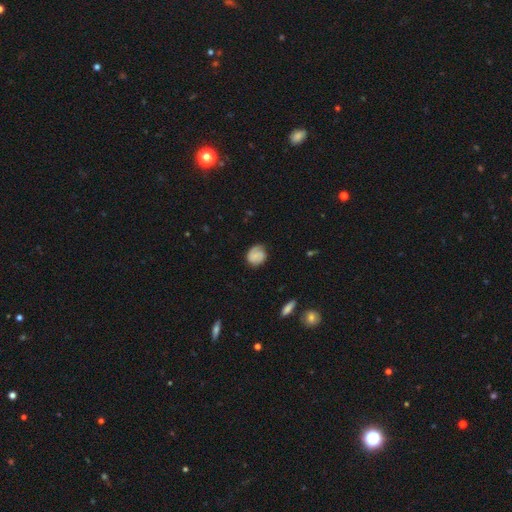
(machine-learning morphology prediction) smooth_or_featured: smooth (p=0.56) [alt: featured or disk p=0.36]
how_rounded: round (p=0.71) [alt: in between p=0.28]
merging: none (p=0.71) [alt: minor disturbance p=0.21]